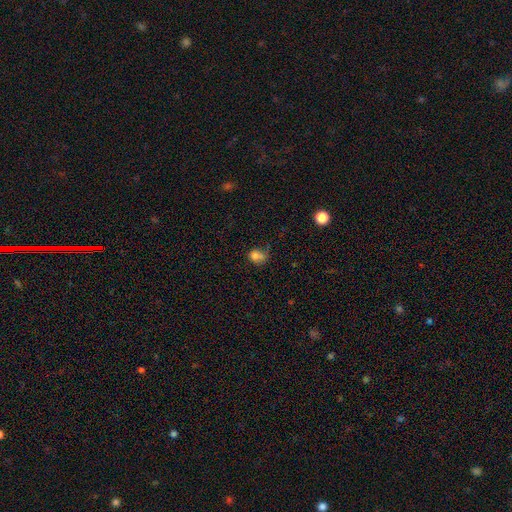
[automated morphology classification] A smooth galaxy with no disk features (74%) that is round (53%). Merging: none (36%).